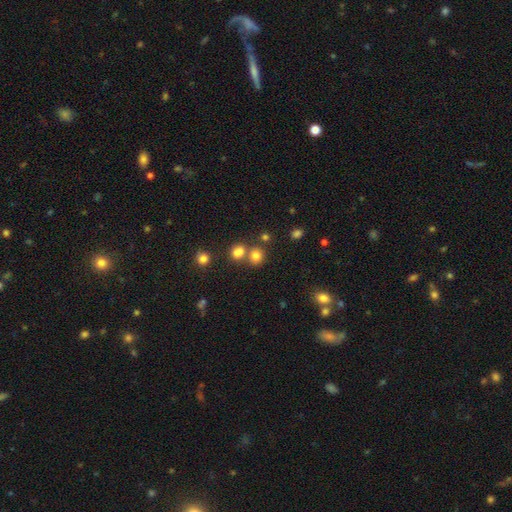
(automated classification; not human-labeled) Morphology: type=smooth (78%); roundness=round (80%); merging=none (60%).